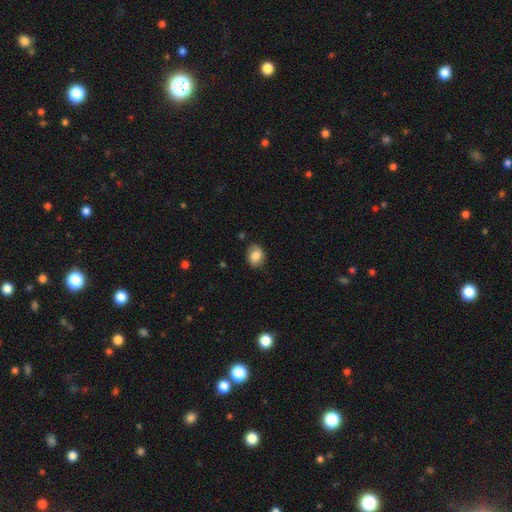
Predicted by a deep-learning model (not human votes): A smooth galaxy with no disk features (85%) that is in between round and cigar-shaped (56%).

Vote fractions:
- Smooth or featured? smooth: 85% / star or artifact: 8% / featured or disk: 7%
- How rounded? in between: 56% / round: 43% / cigar-shaped: 1%
- Merging? none: 83% / minor disturbance: 13% / major disturbance: 3% / merger: 1%